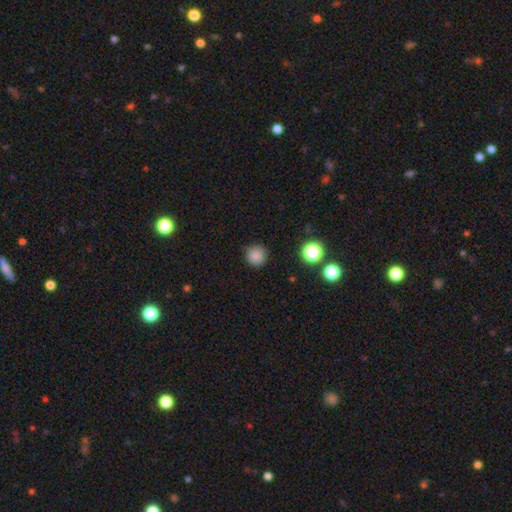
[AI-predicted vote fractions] smooth-or-featured: smooth: 84% | star or artifact: 12% | featured or disk: 4%
  how-rounded: round: 95% | in between: 4% | cigar-shaped: 1%
  merging: none: 87% | minor disturbance: 9% | major disturbance: 2% | merger: 1%